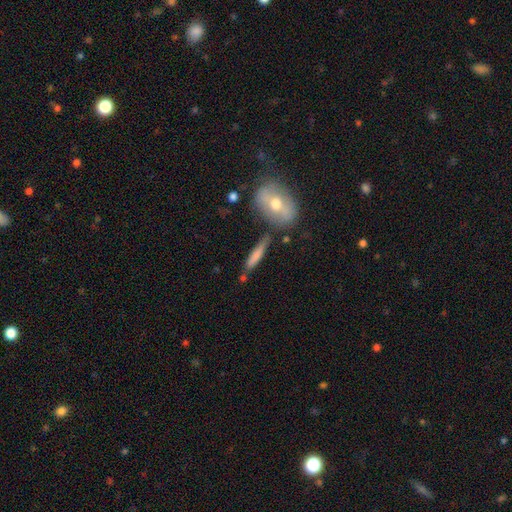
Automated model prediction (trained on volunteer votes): The model was most divided on "smooth or featured": smooth: 70%, featured or disk: 24%, star or artifact: 6%. More confident: how rounded — cigar-shaped (85%); merging — none (72%).